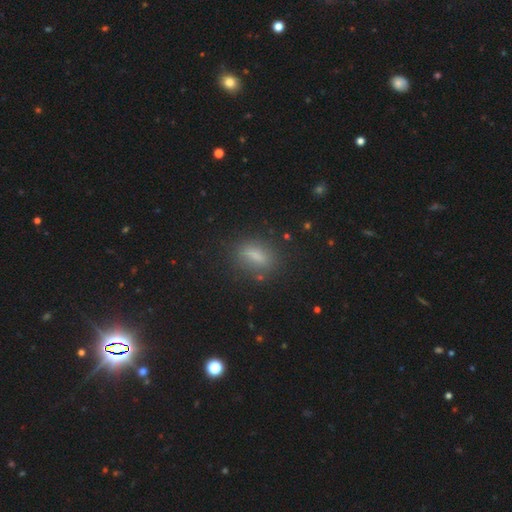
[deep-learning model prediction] Smooth or featured? smooth (73%)
How rounded? in between (59%)
Merging? none (79%)